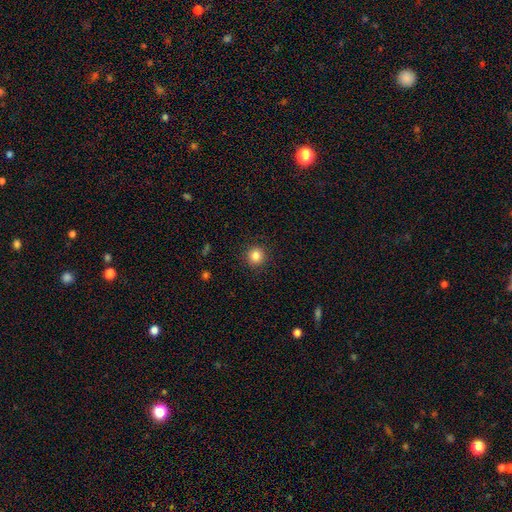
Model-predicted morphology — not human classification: This is clearly a smooth galaxy (84%). How rounded: clearly round (95%). Merging: clearly none (92%).